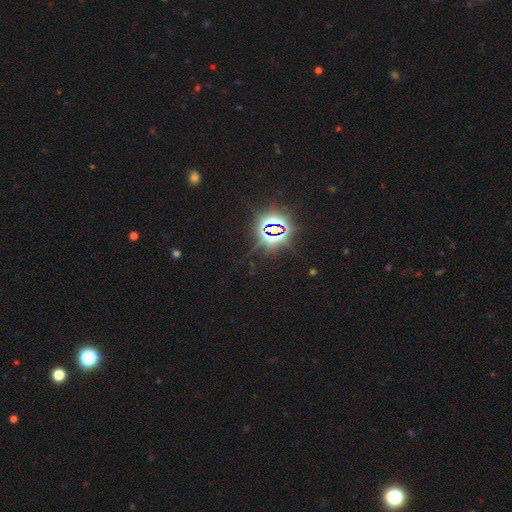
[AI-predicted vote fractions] Q: Smooth or featured?
A: star or artifact (82%); runner-up: smooth (11%)